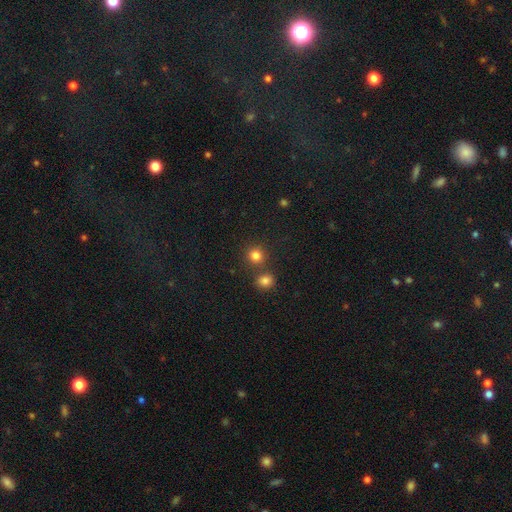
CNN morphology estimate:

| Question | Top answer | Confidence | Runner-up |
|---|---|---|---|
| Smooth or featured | smooth | 80% | star or artifact (14%) |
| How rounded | round | 89% | in between (10%) |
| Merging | none | 74% | merger (17%) |